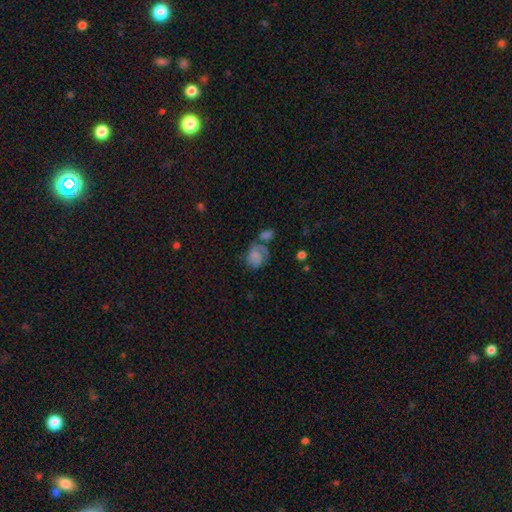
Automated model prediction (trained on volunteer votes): Overall: smooth (56%; featured or disk 32%). How rounded: round (56%; in between 43%). Merging: none (37%; minor disturbance 22%).